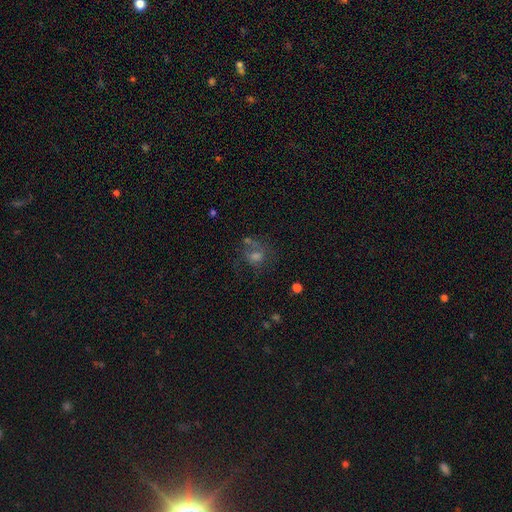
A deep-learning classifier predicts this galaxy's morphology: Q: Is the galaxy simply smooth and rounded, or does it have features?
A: smooth — 40%.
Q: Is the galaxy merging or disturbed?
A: none — 51%.